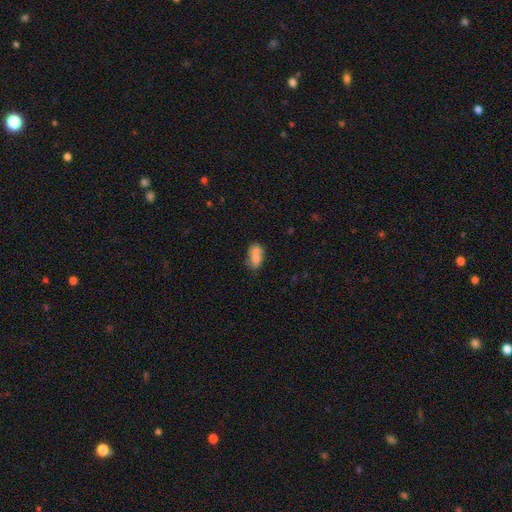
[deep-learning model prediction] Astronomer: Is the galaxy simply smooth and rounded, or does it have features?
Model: smooth — 66%.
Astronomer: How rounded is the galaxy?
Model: in between — 84%.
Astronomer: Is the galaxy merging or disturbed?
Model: merger — 38% (runner-up: none, 37%).